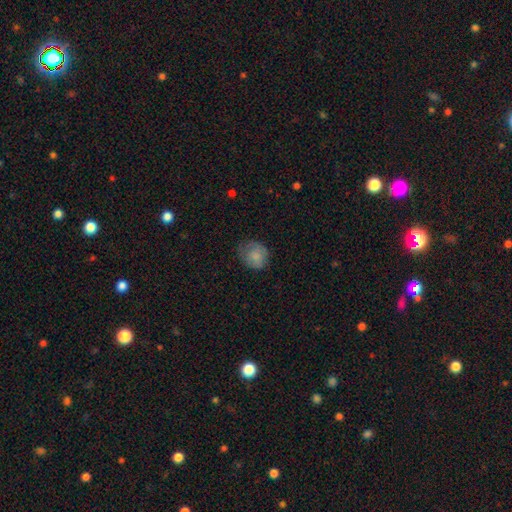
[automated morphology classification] Smooth or featured? Predicted: smooth (p=0.80). How rounded? Predicted: round (p=0.68). Merging? Predicted: none (p=0.63).